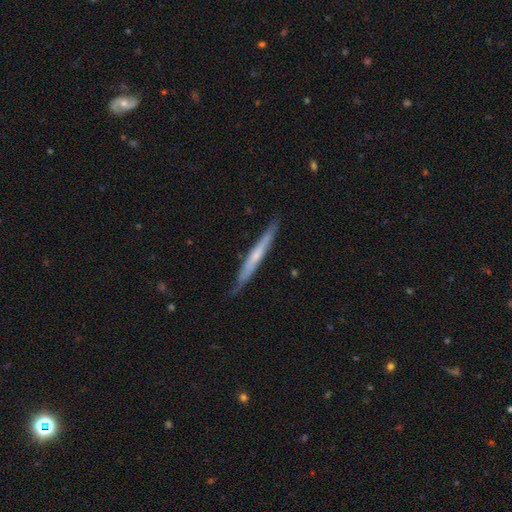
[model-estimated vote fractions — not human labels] Smooth or featured?
  - featured or disk: 54% *
  - smooth: 41%
  - star or artifact: 6%
Edge-on disk?
  - yes: 94% *
  - no: 6%
Edge-on bulge?
  - none: 64% *
  - rounded: 31%
  - boxy: 5%
Merging?
  - none: 82% *
  - minor disturbance: 15%
  - major disturbance: 2%
  - merger: 1%